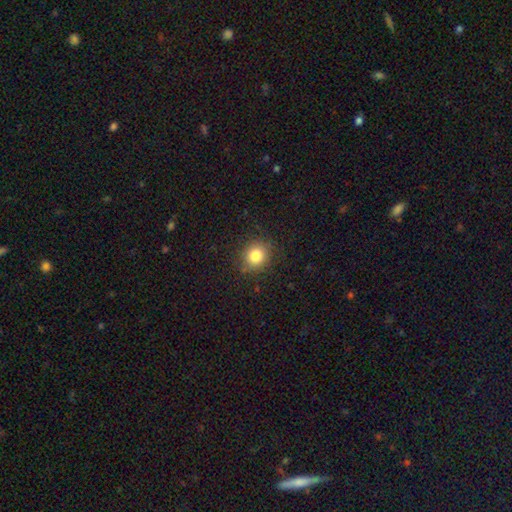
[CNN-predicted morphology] smooth 82%, star or artifact 11%, featured or disk 7%. Down the decision tree: how rounded — round (80%); merging — none (86%).